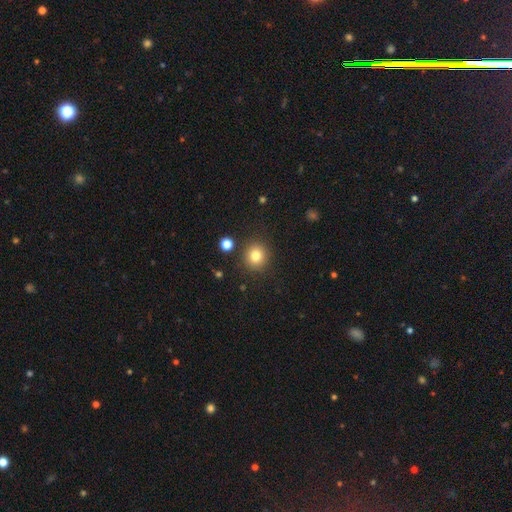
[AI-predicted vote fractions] Overall: smooth (81%). How rounded: round (89%). Merging: none (87%).